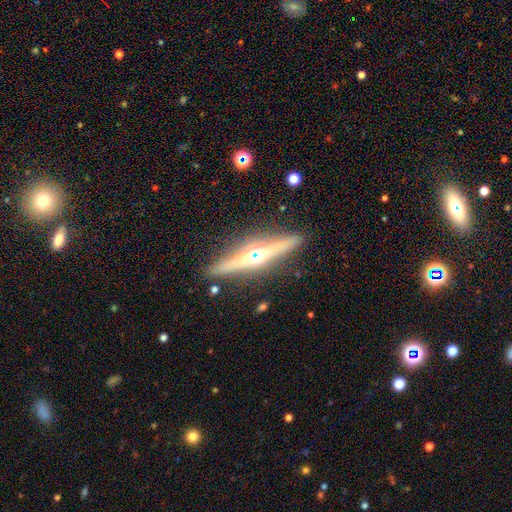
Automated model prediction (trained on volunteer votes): Q: Smooth or featured?
A: featured or disk (74%); runner-up: smooth (18%)
Q: Edge-on disk?
A: yes (96%); runner-up: no (4%)
Q: Edge-on bulge?
A: rounded (92%); runner-up: none (4%)
Q: Merging?
A: none (88%); runner-up: minor disturbance (8%)